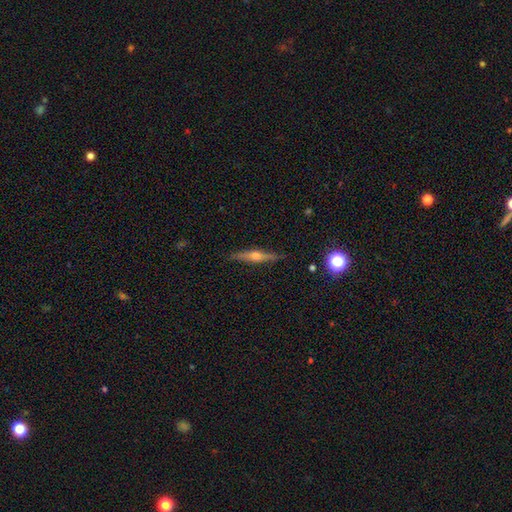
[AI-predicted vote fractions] This is likely a featured or disk galaxy (73%). It is clearly viewed edge-on (97%). Edge-on bulge: clearly rounded (91%). Merging: clearly none (89%).